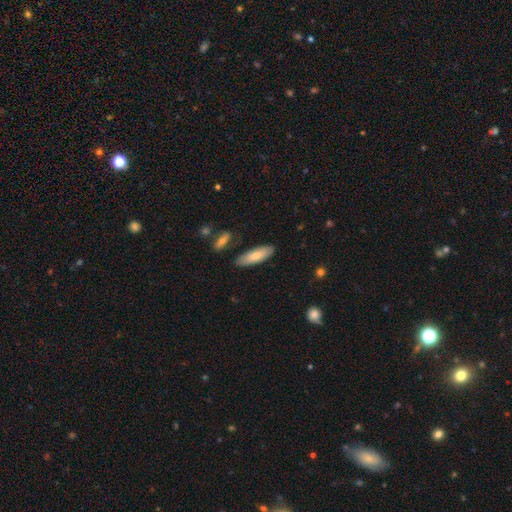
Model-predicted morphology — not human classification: smooth_or_featured: smooth (p=0.76) [alt: featured or disk p=0.18]
how_rounded: in between (p=0.54) [alt: cigar-shaped p=0.44]
merging: none (p=0.83) [alt: minor disturbance p=0.12]